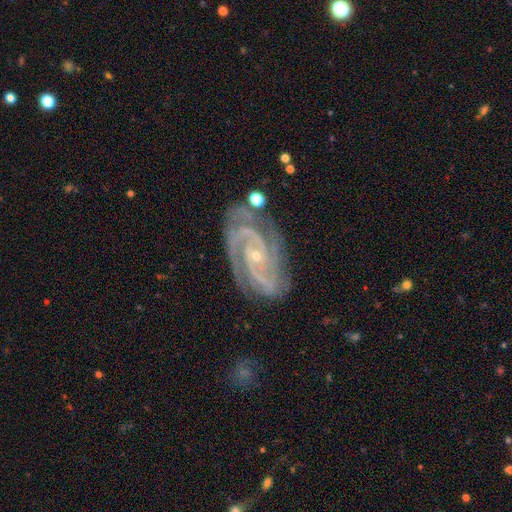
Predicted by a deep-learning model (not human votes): A featured or disk galaxy (92%) with no bar (55%), 2 (42%) tight (59%) spiral arms (99%) and a small central bulge (81%).

Vote fractions:
- Smooth or featured? featured or disk: 92% / star or artifact: 6% / smooth: 3%
- Edge-on disk? no: 97% / yes: 3%
- Bar? no: 55% / weak: 30% / strong: 15%
- Spiral arms? yes: 99% / no: 1%
- Spiral winding? tight: 59% / medium: 36% / loose: 5%
- Spiral arm count? 2: 42% / 3: 31% / 4: 9% / can't tell: 8% / more than 4: 5% / 1: 5%
- Bulge size? small: 81% / moderate: 16% / none: 1% / large: 1% / dominant: 1%
- Merging? none: 71% / minor disturbance: 20% / major disturbance: 6% / merger: 3%